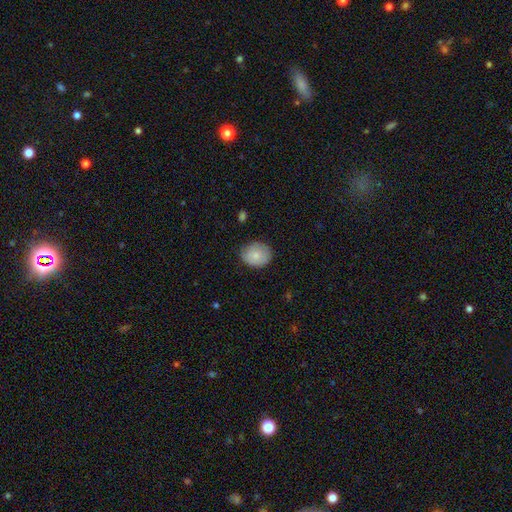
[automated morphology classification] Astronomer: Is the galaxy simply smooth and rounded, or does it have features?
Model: smooth — 81%.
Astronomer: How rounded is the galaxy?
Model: round — 61% (runner-up: in between, 38%).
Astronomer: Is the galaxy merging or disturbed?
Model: none — 76%.